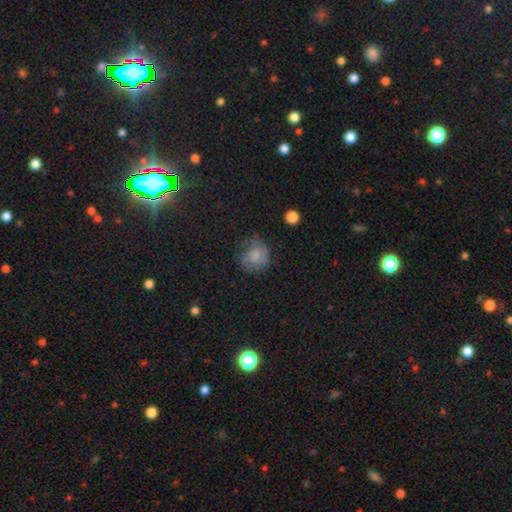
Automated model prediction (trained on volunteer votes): Smooth or featured? Predicted: smooth (p=0.51). How rounded? Predicted: round (p=0.75). Merging? Predicted: none (p=0.62).